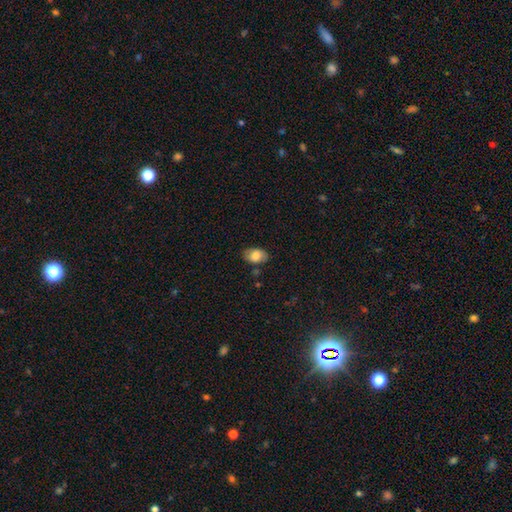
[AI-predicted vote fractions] smooth-or-featured: smooth: 77% | featured or disk: 16% | star or artifact: 7%
  how-rounded: in between: 88% | round: 10% | cigar-shaped: 1%
  merging: none: 80% | minor disturbance: 15% | major disturbance: 3% | merger: 3%